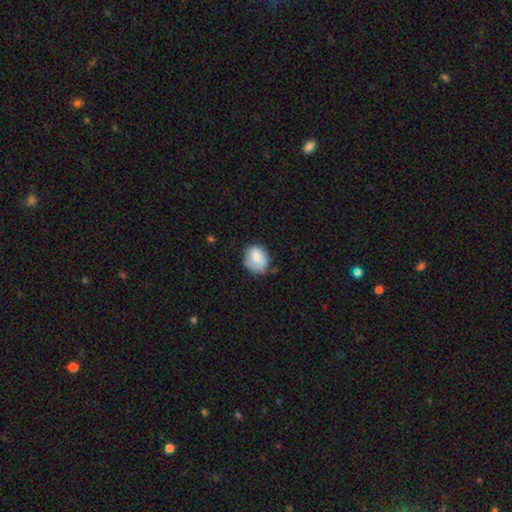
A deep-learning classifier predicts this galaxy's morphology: This is clearly a smooth galaxy (82%). How rounded: possibly round (57%). Merging: likely none (61%).